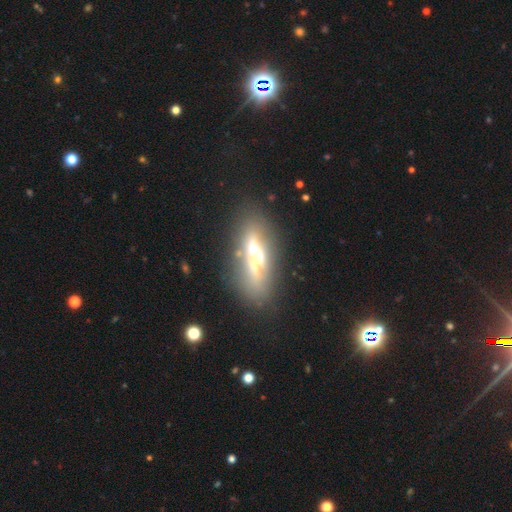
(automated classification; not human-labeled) Morphology: type=featured or disk (57%); edge-on=yes (56%); merging=none (60%).